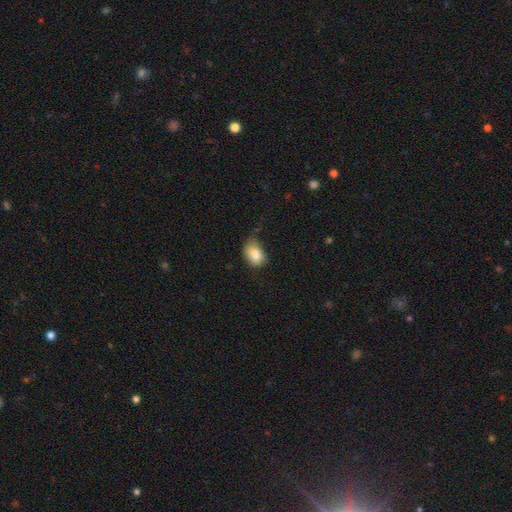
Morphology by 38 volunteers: smooth 79%, featured or disk 13%, star or artifact 8%. Down the decision tree: how rounded — in between (77%); merging — none (57%).